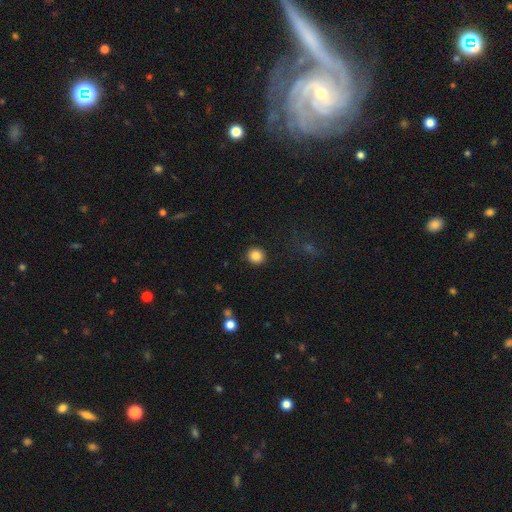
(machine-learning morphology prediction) Smooth or featured: smooth — 86% (star or artifact — 10%)
How rounded: round — 90% (in between — 9%)
Merging: none — 91% (minor disturbance — 6%)